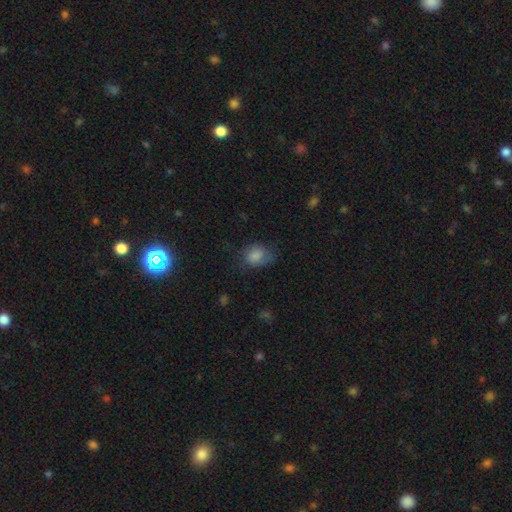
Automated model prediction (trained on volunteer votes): Smooth or featured? smooth (76%)
How rounded? in between (52%)
Merging? none (53%)